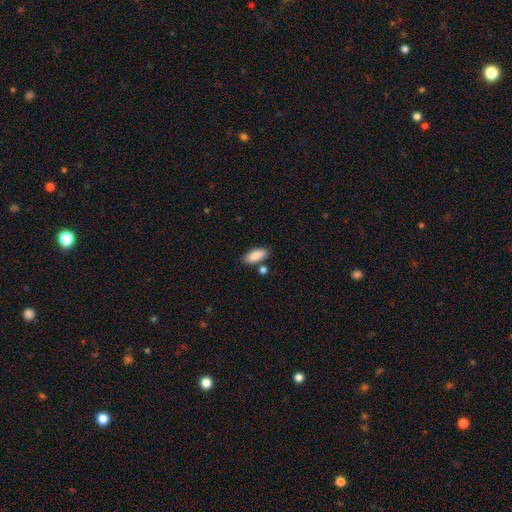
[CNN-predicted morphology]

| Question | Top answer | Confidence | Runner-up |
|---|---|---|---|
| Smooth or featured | smooth | 88% | star or artifact (6%) |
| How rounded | in between | 86% | cigar-shaped (11%) |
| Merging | none | 77% | minor disturbance (11%) |